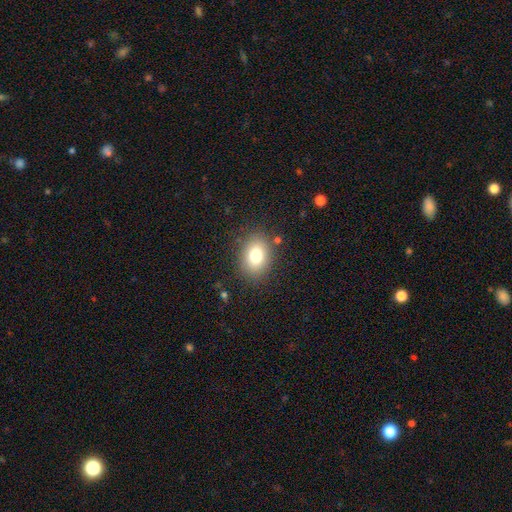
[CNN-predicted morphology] Smooth or featured? Predicted: smooth (p=0.79). How rounded? Predicted: in between (p=0.69). Merging? Predicted: none (p=0.84).